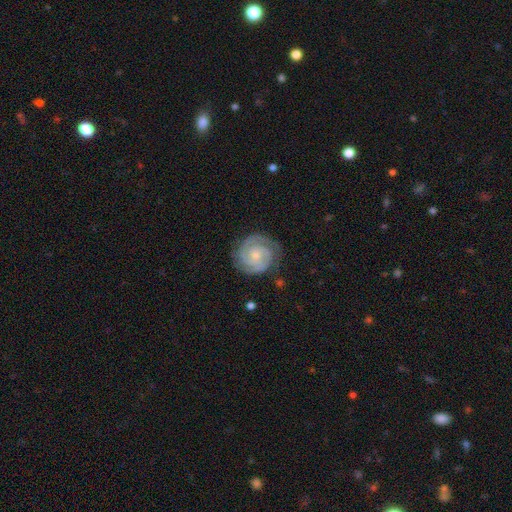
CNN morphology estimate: Smooth or featured? Predicted: featured or disk (p=0.87). Edge-on disk? Predicted: no (p=0.98). Bar? Predicted: no (p=0.68). Spiral arms? Predicted: yes (p=0.98). Spiral winding? Predicted: tight (p=0.74). Spiral arm count? Predicted: 2 (p=0.62). Bulge size? Predicted: small (p=0.61). Merging? Predicted: none (p=0.81).